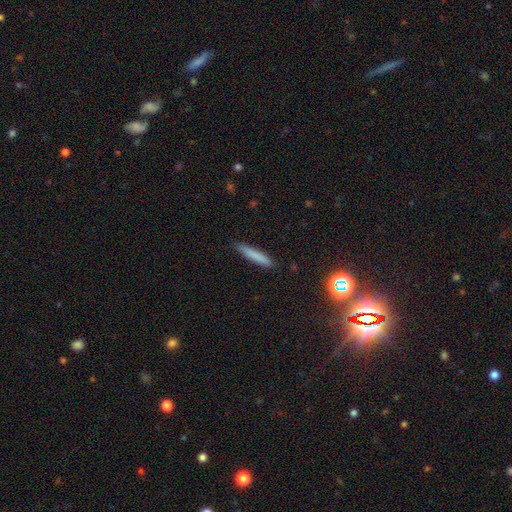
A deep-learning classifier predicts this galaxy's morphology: A smooth galaxy with no disk features (79%) that is cigar-shaped (92%). Merging: none (88%).